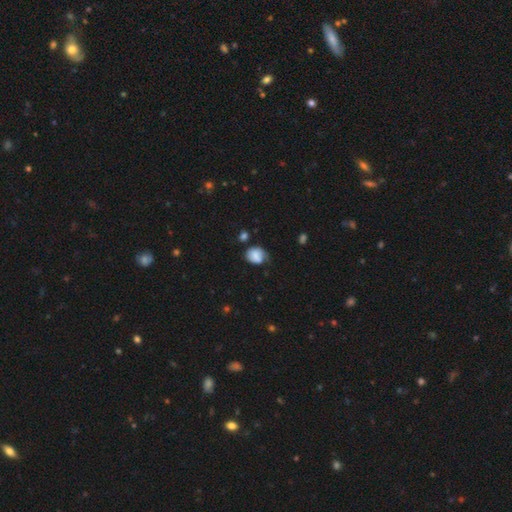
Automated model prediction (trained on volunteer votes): Overall: smooth (80%). How rounded: round (57%; in between 42%). Merging: none (48%; minor disturbance 36%).